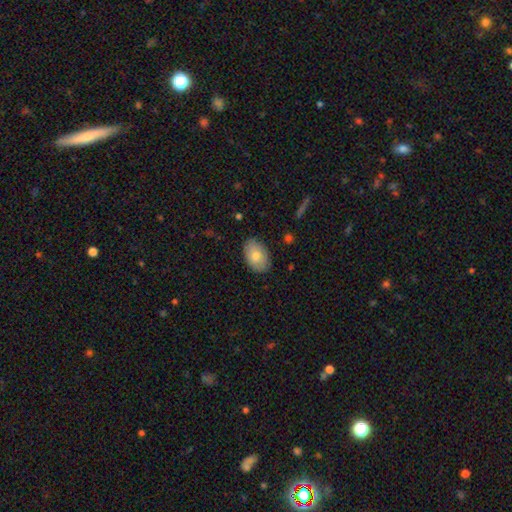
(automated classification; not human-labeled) This appears to be a smooth galaxy with no disk features (74%) that is in between round and cigar-shaped (90%). Merging: none (84%).